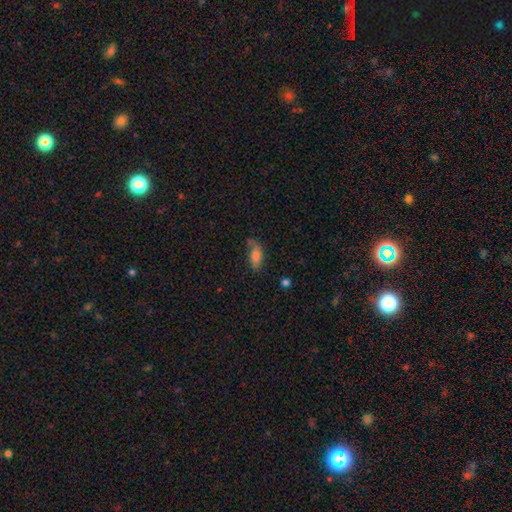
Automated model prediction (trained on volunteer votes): smooth 72%, featured or disk 18%, star or artifact 10%. Down the decision tree: how rounded — in between (81%); merging — none (49%).